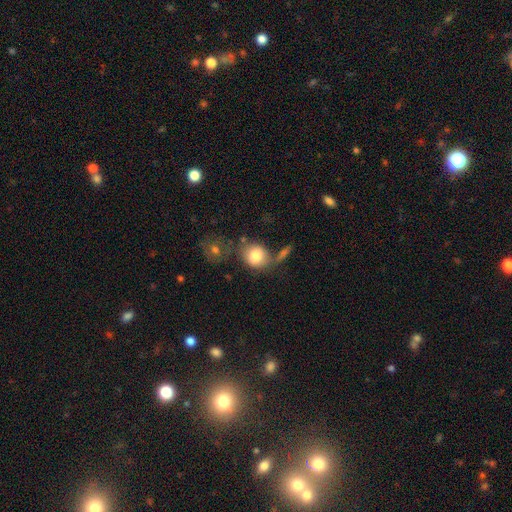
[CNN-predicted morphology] smooth-or-featured: smooth: 79% | featured or disk: 13% | star or artifact: 8%
  how-rounded: round: 75% | in between: 24% | cigar-shaped: 1%
  merging: none: 48% | merger: 22% | minor disturbance: 17% | major disturbance: 13%